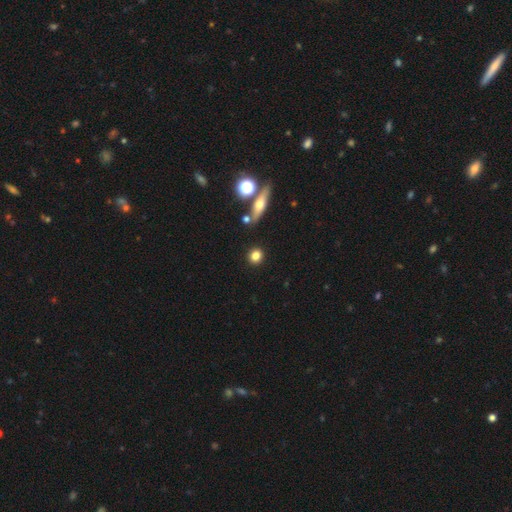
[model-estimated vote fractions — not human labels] Smooth or featured? Predicted: smooth (p=0.81). How rounded? Predicted: round (p=0.87). Merging? Predicted: none (p=0.88).